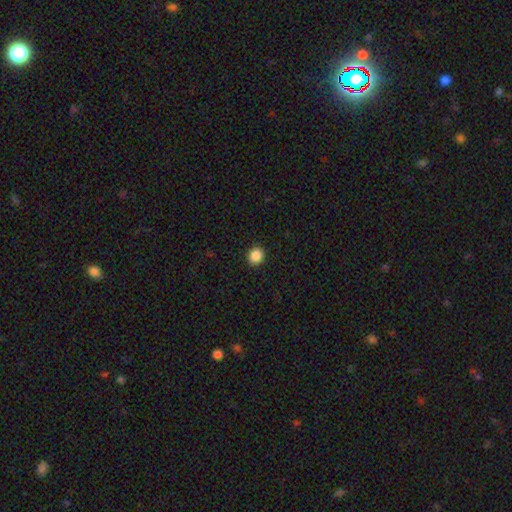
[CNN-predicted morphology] type=smooth (88%); roundness=round (73%); merging=none (92%).